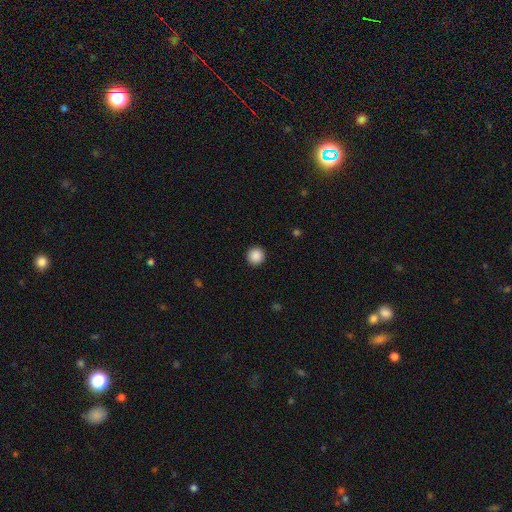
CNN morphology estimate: Smooth or featured? smooth (89%)
How rounded? round (95%)
Merging? none (93%)